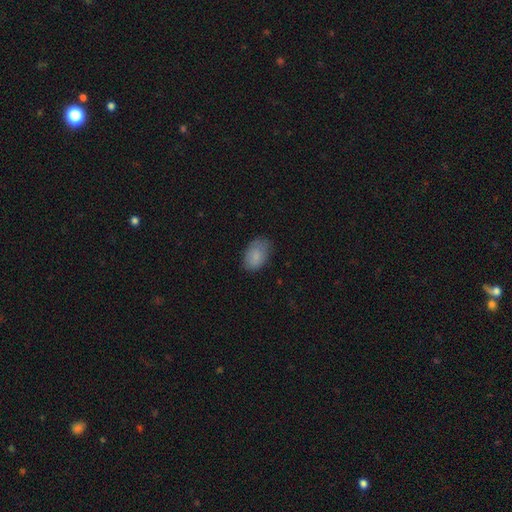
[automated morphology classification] Smooth or featured? smooth (84%)
How rounded? in between (90%)
Merging? none (70%)